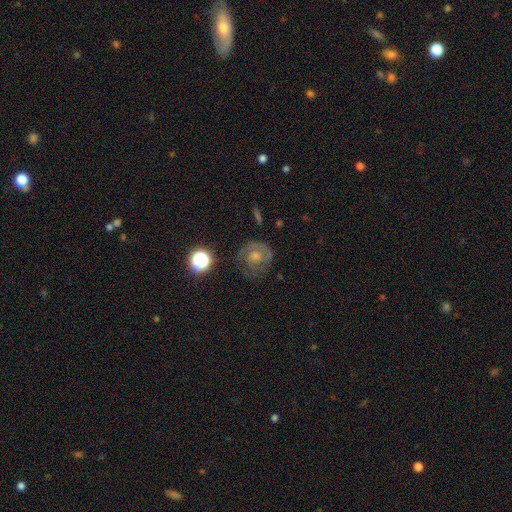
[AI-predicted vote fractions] smooth-or-featured: smooth: 47% | featured or disk: 42% | star or artifact: 11%
  merging: none: 61% | minor disturbance: 22% | major disturbance: 15% | merger: 2%